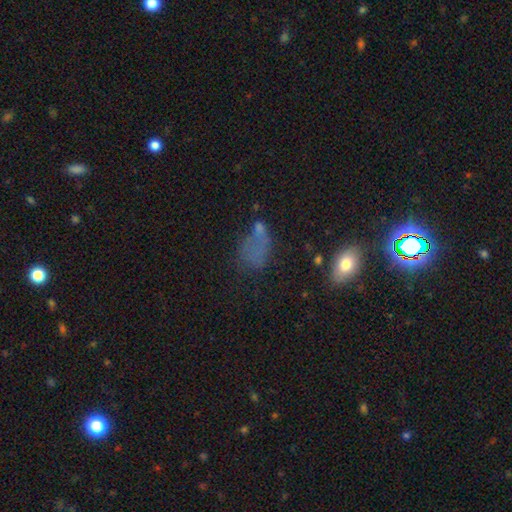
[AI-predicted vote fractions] smooth 57%, featured or disk 21%, star or artifact 21%. Down the decision tree: how rounded — in between (75%); merging — none (34%).